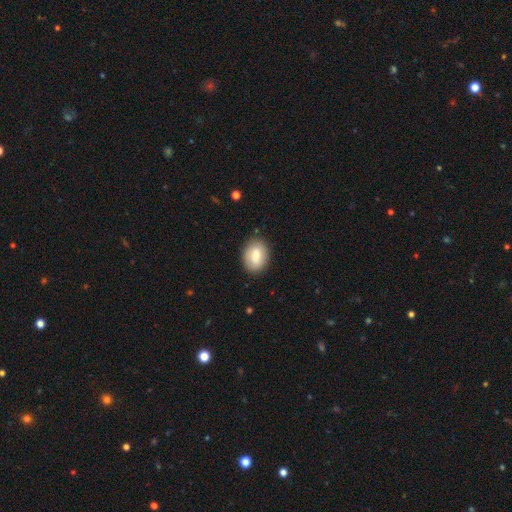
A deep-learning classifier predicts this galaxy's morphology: This is likely a smooth galaxy (79%). How rounded: likely in between (71%). Merging: clearly none (84%).